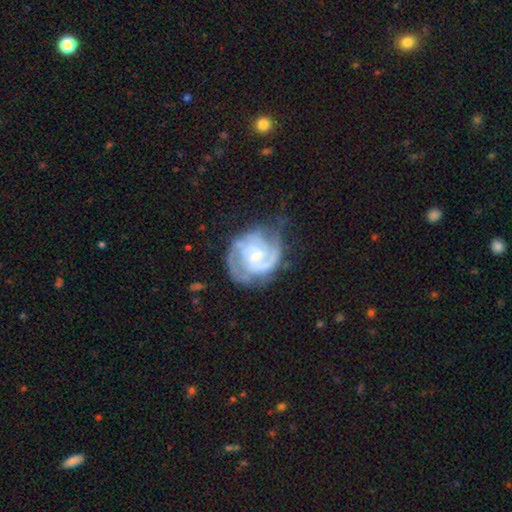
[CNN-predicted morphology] type=featured or disk (87%); edge-on=no (98%); bar=no (53%); spiral arms=yes (96%); winding=tight (56%); arm count=2 (57%); bulge=small (62%); merging=none (60%).